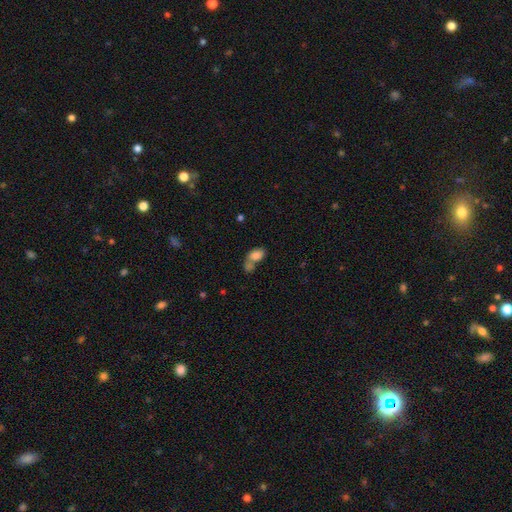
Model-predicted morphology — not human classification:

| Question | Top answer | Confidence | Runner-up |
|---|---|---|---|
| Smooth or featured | smooth | 80% | featured or disk (10%) |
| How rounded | in between | 85% | round (13%) |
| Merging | merger | 60% | none (23%) |